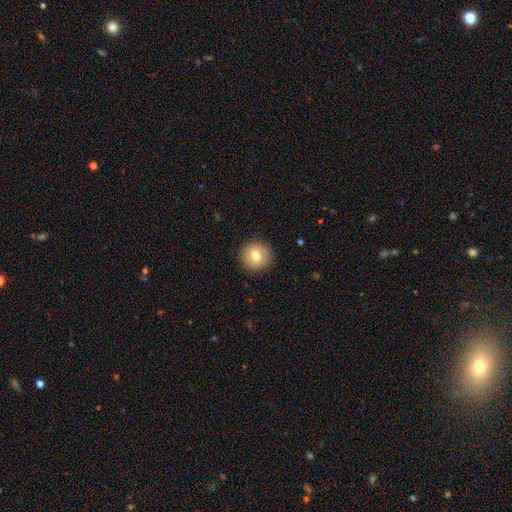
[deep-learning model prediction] smooth 76%, featured or disk 15%, star or artifact 9%. Down the decision tree: how rounded — round (94%); merging — none (92%).